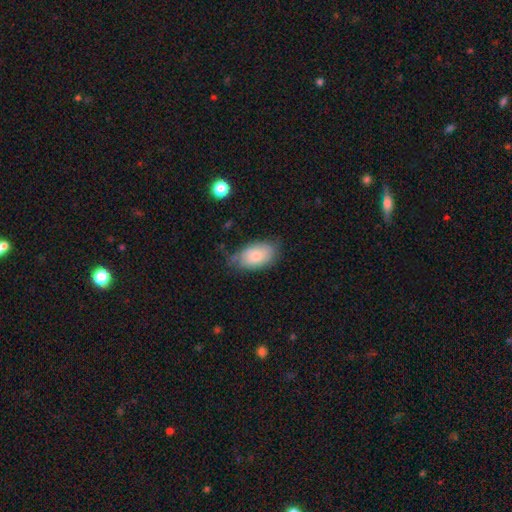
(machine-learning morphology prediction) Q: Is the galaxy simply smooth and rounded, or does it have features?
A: smooth — 77%.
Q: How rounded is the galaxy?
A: in between — 93%.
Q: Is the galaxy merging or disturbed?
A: none — 62%.